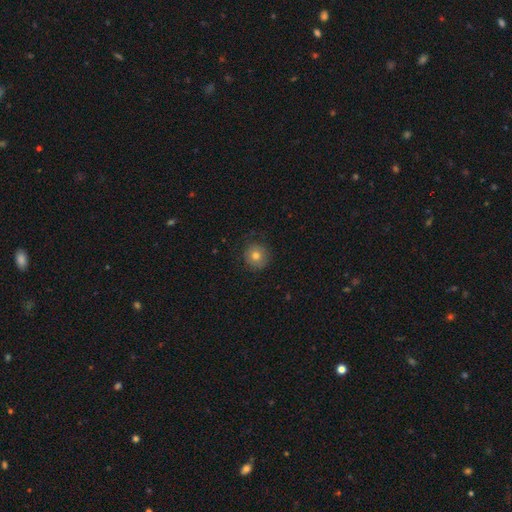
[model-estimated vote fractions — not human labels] Overall: smooth (75%). How rounded: round (93%). Merging: none (84%).